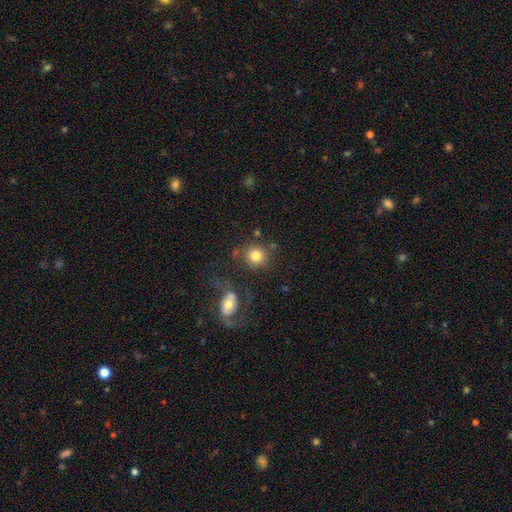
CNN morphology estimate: Q: Smooth or featured?
A: smooth (79%); runner-up: featured or disk (11%)
Q: How rounded?
A: round (85%); runner-up: in between (14%)
Q: Merging?
A: none (69%); runner-up: merger (13%)